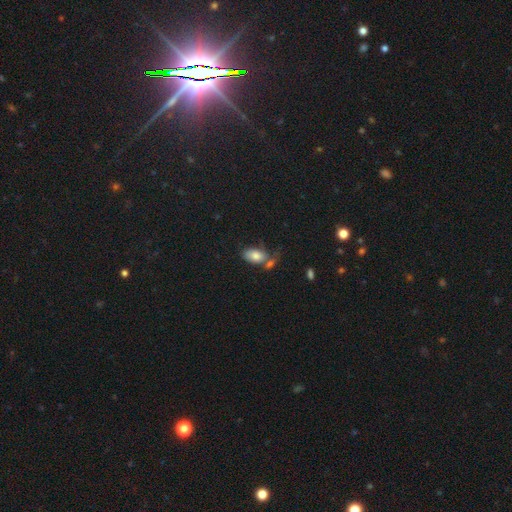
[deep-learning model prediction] smooth 80%, featured or disk 12%, star or artifact 7%. Down the decision tree: how rounded — in between (92%); merging — none (44%).